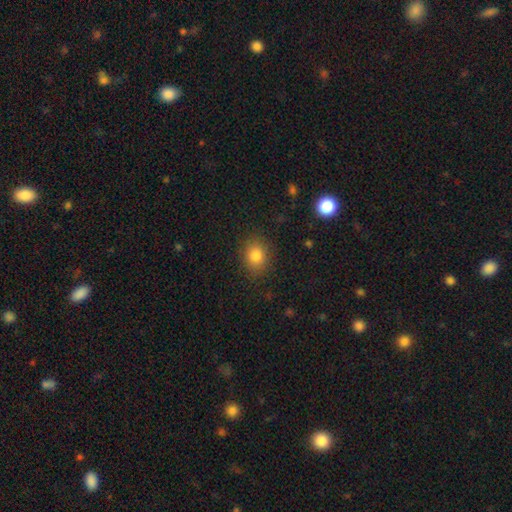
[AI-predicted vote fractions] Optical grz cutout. It shows a smooth galaxy with no disk features (83%) that is round (58%). Merging: none (85%).